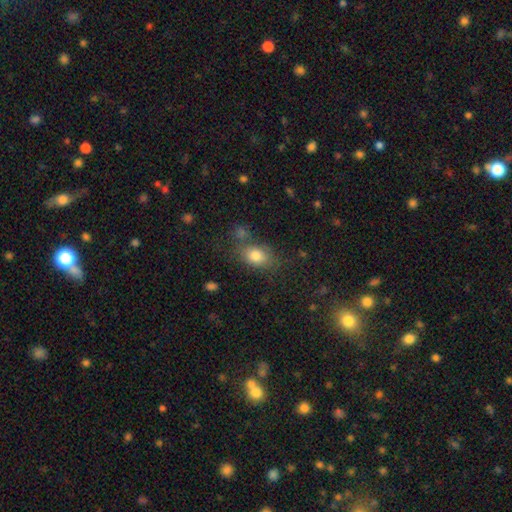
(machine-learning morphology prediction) smooth 80%, star or artifact 10%, featured or disk 10%. Down the decision tree: how rounded — in between (75%); merging — none (63%).